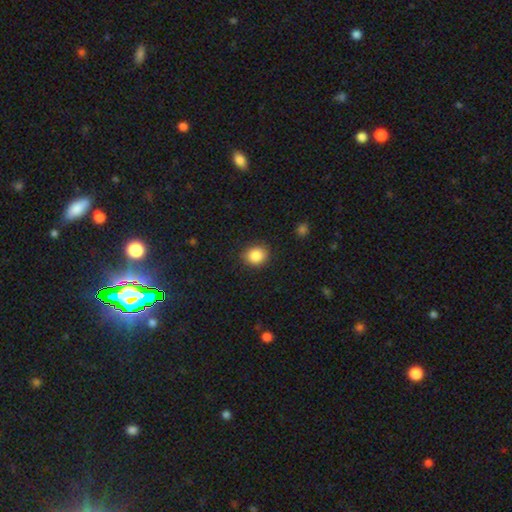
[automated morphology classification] Smooth or featured: smooth — 86% (star or artifact — 9%)
How rounded: round — 68% (in between — 31%)
Merging: none — 86% (minor disturbance — 10%)